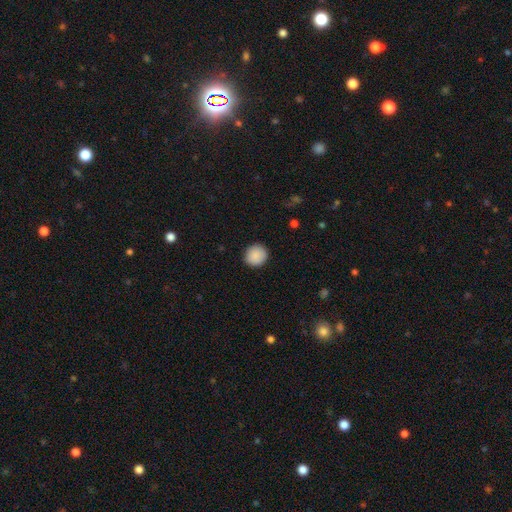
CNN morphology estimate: smooth_or_featured: smooth (p=0.90) [alt: star or artifact p=0.07]
how_rounded: round (p=0.91) [alt: in between p=0.08]
merging: none (p=0.91) [alt: minor disturbance p=0.06]